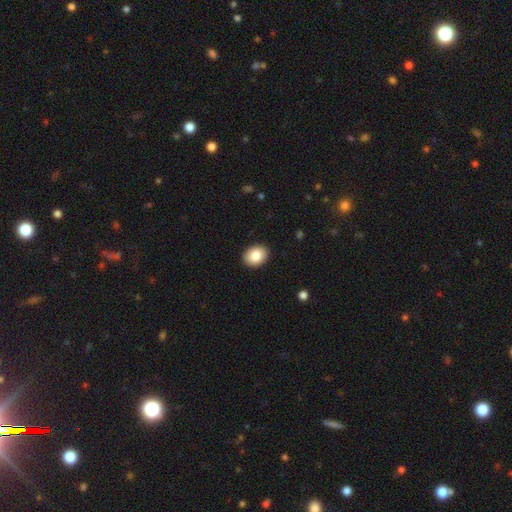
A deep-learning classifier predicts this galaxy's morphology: This is clearly a smooth galaxy (84%). How rounded: likely in between (60%). Merging: clearly none (91%).